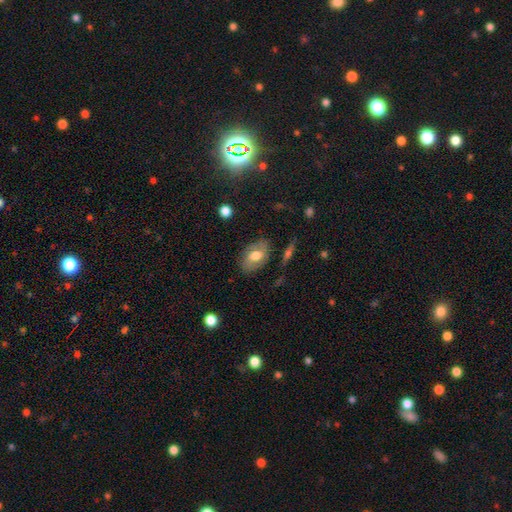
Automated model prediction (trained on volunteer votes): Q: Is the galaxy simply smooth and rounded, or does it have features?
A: smooth — 53%.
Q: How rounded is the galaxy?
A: in between — 88%.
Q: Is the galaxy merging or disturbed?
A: none — 74%.